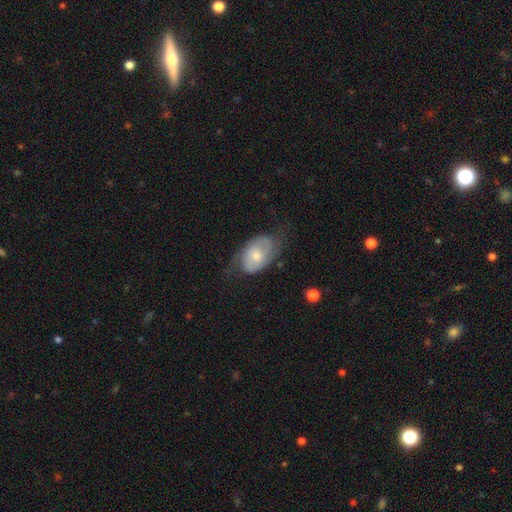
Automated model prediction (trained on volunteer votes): smooth_or_featured: featured or disk (p=0.57) [alt: smooth p=0.37]
disk_edge_on: no (p=0.95) [alt: yes p=0.05]
bar: no (p=0.59) [alt: weak p=0.35]
has_spiral_arms: yes (p=0.79) [alt: no p=0.21]
bulge_size: moderate (p=0.52) [alt: small p=0.41]
merging: none (p=0.55) [alt: minor disturbance p=0.28]